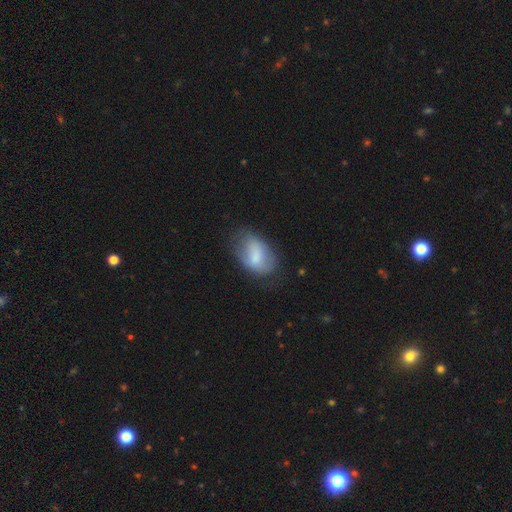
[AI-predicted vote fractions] Q: Smooth or featured?
A: smooth (69%); runner-up: featured or disk (24%)
Q: How rounded?
A: in between (88%); runner-up: round (10%)
Q: Merging?
A: none (52%); runner-up: minor disturbance (31%)